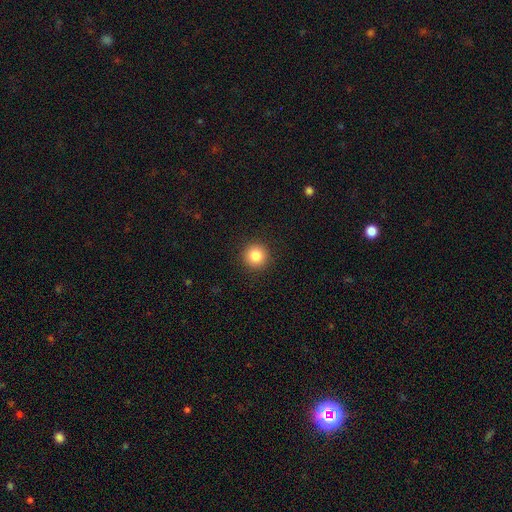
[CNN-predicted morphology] Smooth or featured? smooth (85%)
How rounded? round (95%)
Merging? none (92%)